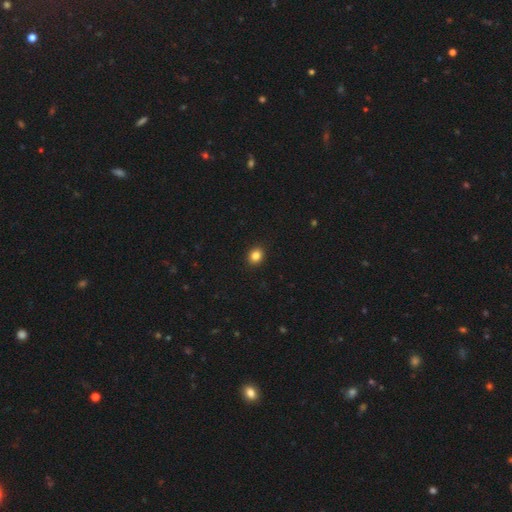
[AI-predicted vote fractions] Overall: smooth (85%). How rounded: round (59%; in between 40%). Merging: none (92%).